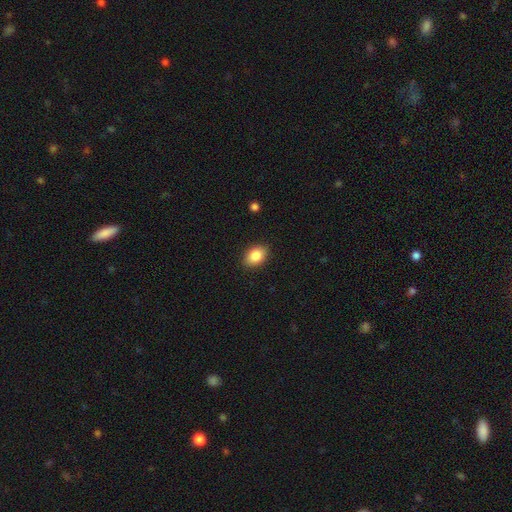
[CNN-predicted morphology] A smooth galaxy with no disk features (86%) that is in between round and cigar-shaped (79%). Merging: none (87%).